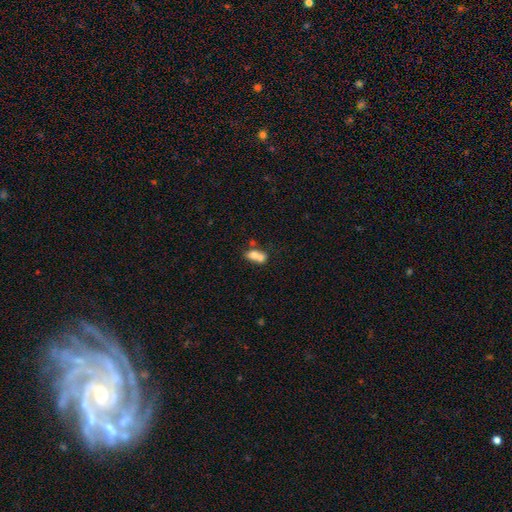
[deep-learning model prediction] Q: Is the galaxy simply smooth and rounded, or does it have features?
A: smooth — 69%.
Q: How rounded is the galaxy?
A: in between — 60%.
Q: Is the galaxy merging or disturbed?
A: merger — 67%.